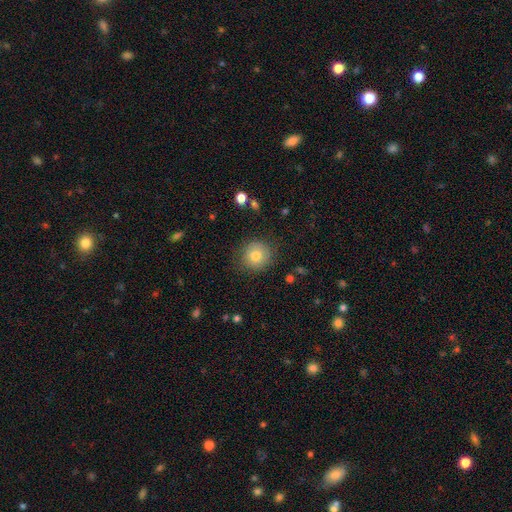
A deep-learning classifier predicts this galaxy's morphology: The model was most divided on "smooth or featured": smooth: 76%, featured or disk: 14%, star or artifact: 10%. More confident: how rounded — round (89%); merging — none (82%).